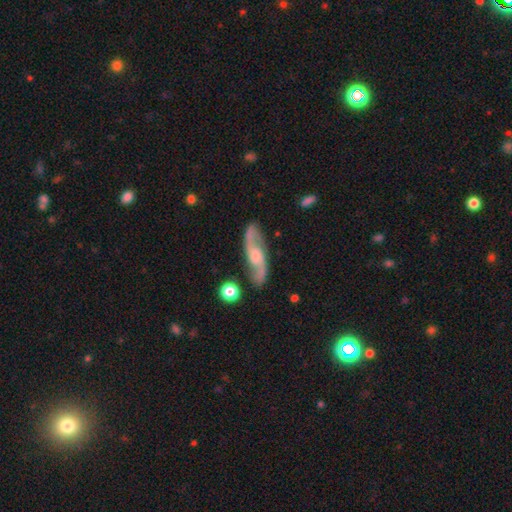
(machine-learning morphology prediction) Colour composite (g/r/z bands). It shows a featured or disk galaxy (85%) with no bar (51%), 2 (93%) loose (48%) spiral arms (97%) and a moderate central bulge (48%). Merging: none (84%).